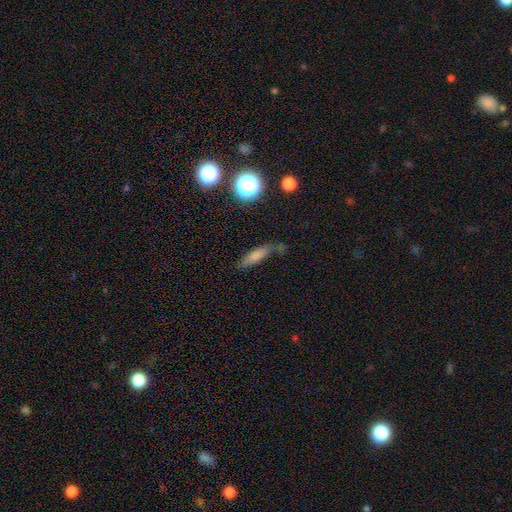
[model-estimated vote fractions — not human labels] Smooth or featured?
  - smooth: 73% *
  - featured or disk: 15%
  - star or artifact: 12%
How rounded?
  - cigar-shaped: 64% *
  - in between: 33%
  - round: 4%
Merging?
  - none: 61% *
  - minor disturbance: 24%
  - major disturbance: 8%
  - merger: 7%